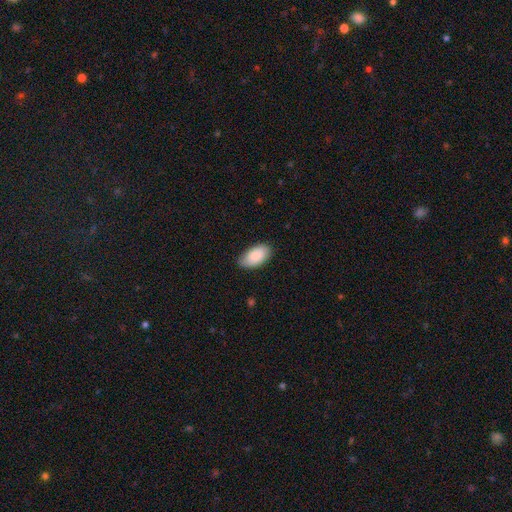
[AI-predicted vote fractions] A smooth galaxy with no disk features (86%) that is in between round and cigar-shaped (95%). Merging: none (83%).